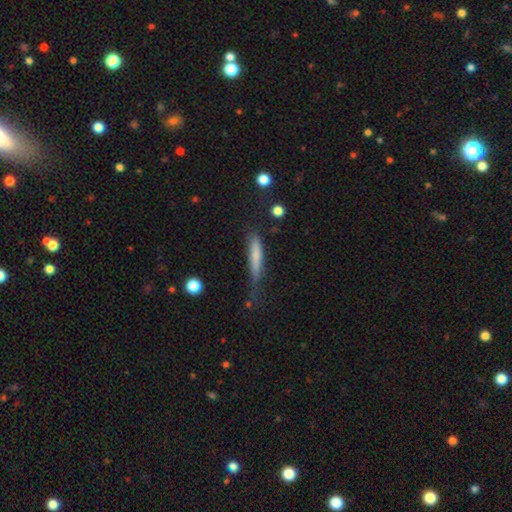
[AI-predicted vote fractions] Q: Smooth or featured?
A: smooth (71%); runner-up: featured or disk (22%)
Q: How rounded?
A: cigar-shaped (89%); runner-up: in between (10%)
Q: Merging?
A: none (54%); runner-up: minor disturbance (31%)